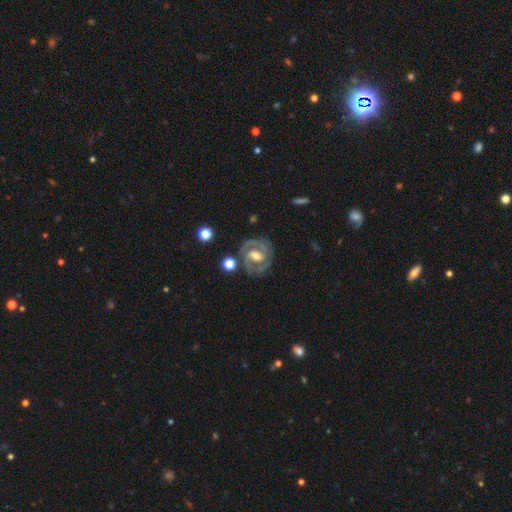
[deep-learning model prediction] Smooth or featured?
  - featured or disk: 83% *
  - smooth: 12%
  - star or artifact: 6%
Edge-on disk?
  - no: 97% *
  - yes: 3%
Bar?
  - weak: 45% *
  - strong: 31%
  - no: 24%
Spiral arms?
  - yes: 87% *
  - no: 13%
Spiral winding?
  - tight: 53% *
  - medium: 39%
  - loose: 8%
Spiral arm count?
  - 2: 77% *
  - can't tell: 9%
  - 3: 7%
  - 1: 4%
  - 4: 2%
  - more than 4: 1%
Bulge size?
  - moderate: 64% *
  - small: 19%
  - large: 13%
  - none: 2%
  - dominant: 1%
Merging?
  - none: 76% *
  - minor disturbance: 14%
  - major disturbance: 6%
  - merger: 3%